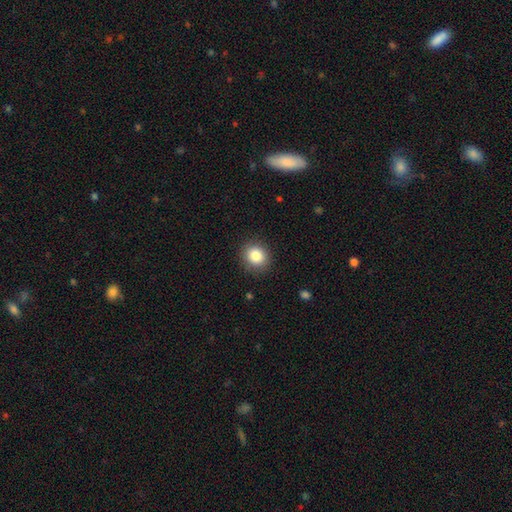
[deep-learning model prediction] Morphology: type=smooth (85%); roundness=round (82%); merging=none (89%).